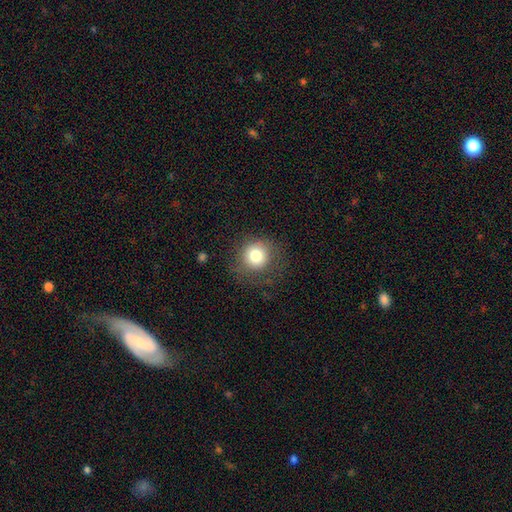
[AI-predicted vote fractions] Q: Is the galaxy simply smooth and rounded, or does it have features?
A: smooth — 79%.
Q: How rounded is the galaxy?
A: round — 90%.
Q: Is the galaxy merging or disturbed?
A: none — 76%.